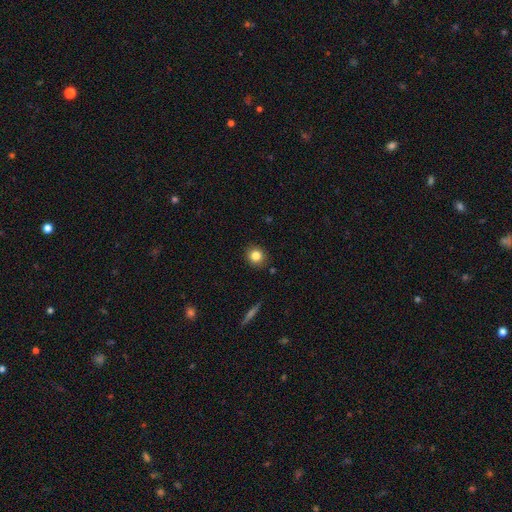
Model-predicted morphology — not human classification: type=smooth (82%); roundness=round (87%); merging=none (89%).